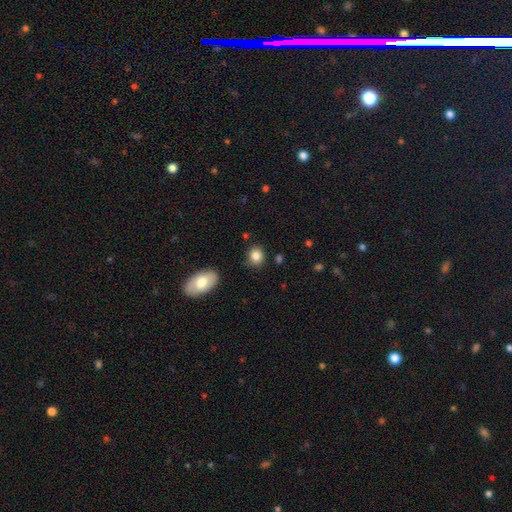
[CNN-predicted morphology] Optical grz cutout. It shows a smooth galaxy with no disk features (85%) that is round (66%). Merging: none (82%).